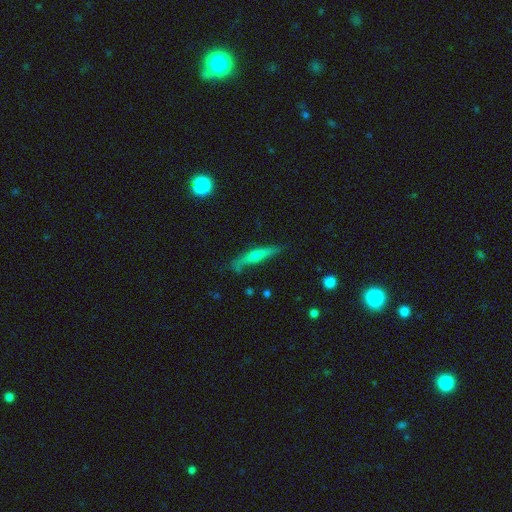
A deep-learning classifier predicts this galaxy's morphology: featured or disk 57%, smooth 36%, star or artifact 7%. Down the decision tree: edge-on disk — yes (91%); edge-on bulge — rounded (78%); merging — none (71%).